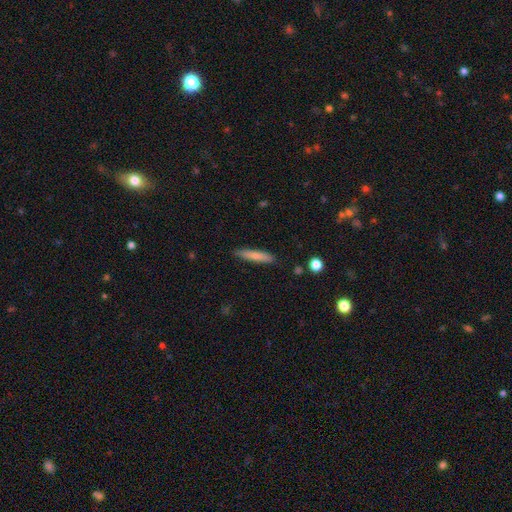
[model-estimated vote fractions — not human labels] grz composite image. It shows a smooth galaxy with no disk features (74%) that is cigar-shaped (90%). Merging: none (87%).